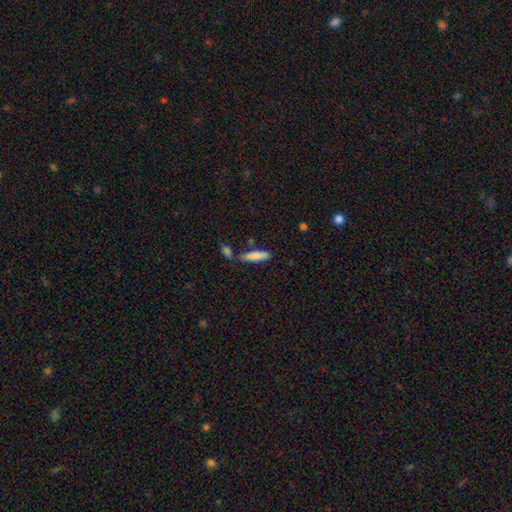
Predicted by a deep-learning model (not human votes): A smooth galaxy with no disk features (82%) that is cigar-shaped (76%). Merging: none (72%).